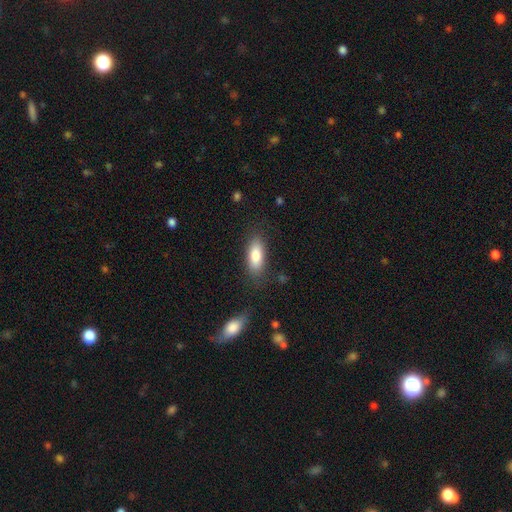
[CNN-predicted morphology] Overall: smooth (80%). How rounded: in between (82%). Merging: none (81%).